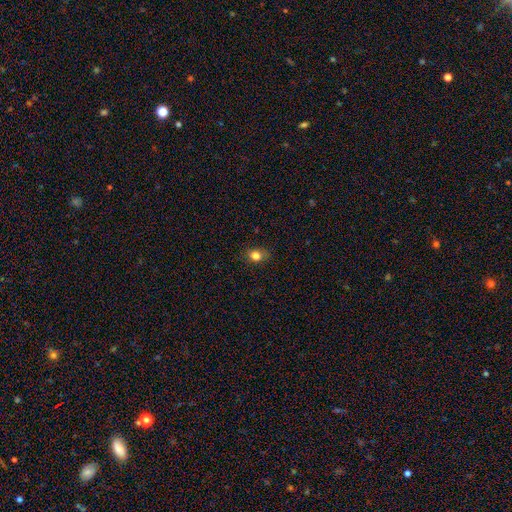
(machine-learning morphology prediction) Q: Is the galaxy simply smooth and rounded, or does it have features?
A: smooth — 80%.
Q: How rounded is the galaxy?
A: in between — 50%.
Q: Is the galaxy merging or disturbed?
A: none — 83%.